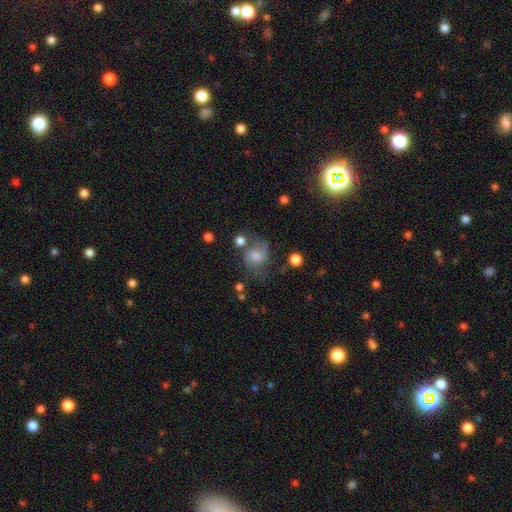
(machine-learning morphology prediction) A featured or disk galaxy (47%).

Vote fractions:
- Smooth or featured? featured or disk: 47% / smooth: 37% / star or artifact: 16%
- Merging? none: 55% / minor disturbance: 21% / major disturbance: 15% / merger: 8%